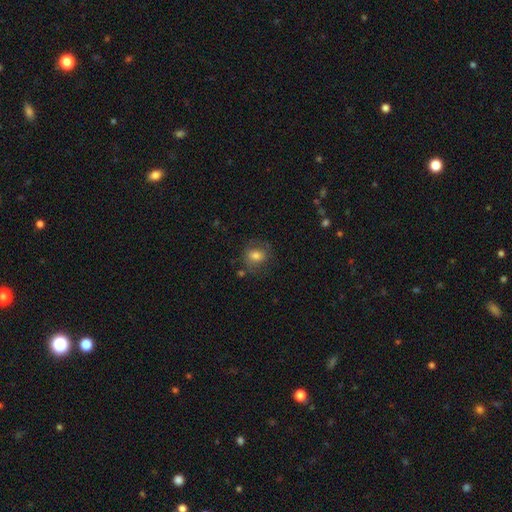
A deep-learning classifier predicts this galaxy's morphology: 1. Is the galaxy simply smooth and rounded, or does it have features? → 73% smooth, 18% featured or disk, 9% star or artifact.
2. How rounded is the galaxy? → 58% round, 40% in between, 1% cigar-shaped.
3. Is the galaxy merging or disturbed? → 68% none, 19% minor disturbance, 10% major disturbance, 4% merger.